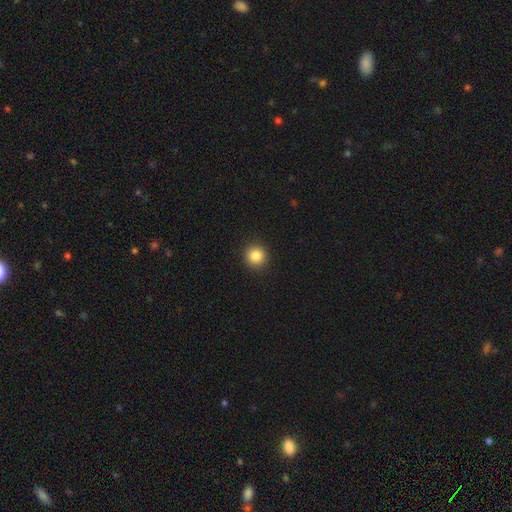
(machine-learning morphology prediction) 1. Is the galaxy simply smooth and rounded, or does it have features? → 85% smooth, 10% star or artifact, 4% featured or disk.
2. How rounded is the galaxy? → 94% round, 5% in between, 1% cigar-shaped.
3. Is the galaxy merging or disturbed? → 92% none, 5% minor disturbance, 2% major disturbance, 1% merger.